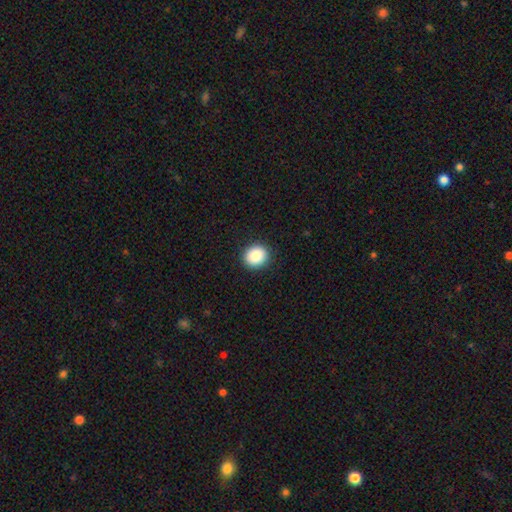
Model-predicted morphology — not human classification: This is clearly a smooth galaxy (88%). How rounded: likely round (77%). Merging: clearly none (92%).